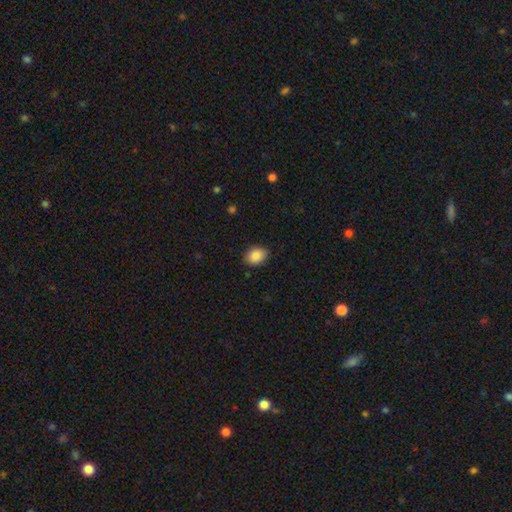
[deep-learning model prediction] The model was most divided on "how rounded": in between: 62%, round: 37%, cigar-shaped: 1%. More confident: smooth or featured — smooth (88%); merging — none (87%).